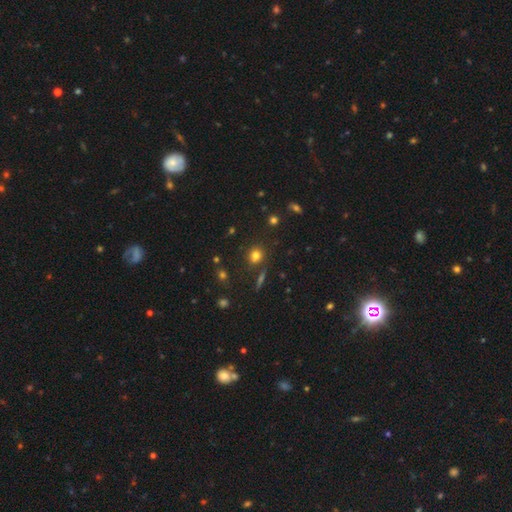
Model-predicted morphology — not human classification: Smooth or featured? Predicted: smooth (p=0.75). How rounded? Predicted: round (p=0.78). Merging? Predicted: none (p=0.80).